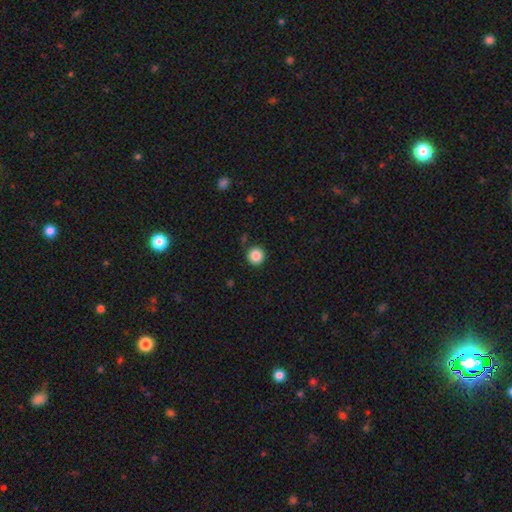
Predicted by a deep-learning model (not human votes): Smooth or featured?
  - smooth: 87% *
  - star or artifact: 10%
  - featured or disk: 3%
How rounded?
  - round: 95% *
  - in between: 4%
  - cigar-shaped: 1%
Merging?
  - none: 88% *
  - minor disturbance: 8%
  - major disturbance: 2%
  - merger: 2%